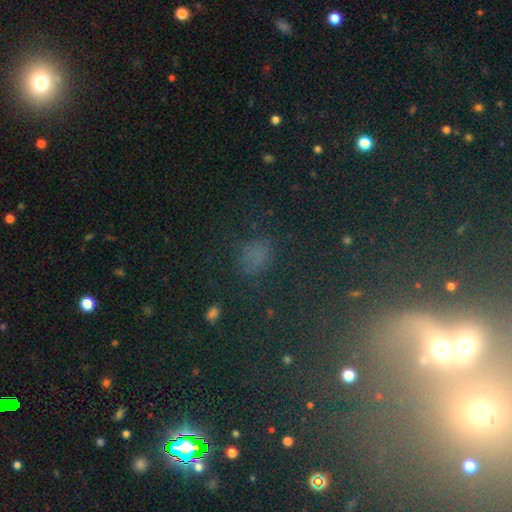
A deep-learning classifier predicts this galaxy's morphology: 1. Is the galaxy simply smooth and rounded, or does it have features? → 54% smooth, 35% star or artifact, 11% featured or disk.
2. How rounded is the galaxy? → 60% in between, 37% round, 3% cigar-shaped.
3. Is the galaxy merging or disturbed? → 64% none, 20% minor disturbance, 12% major disturbance, 3% merger.